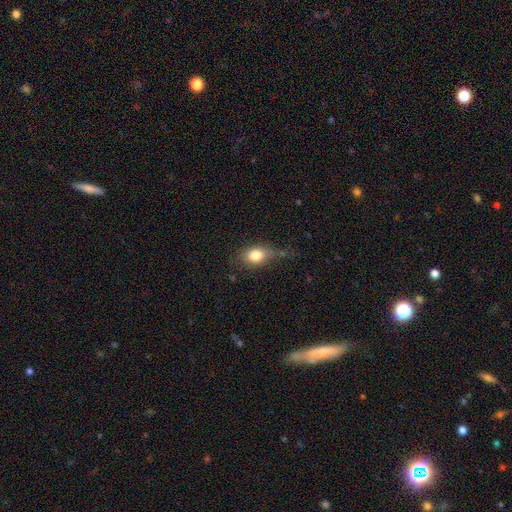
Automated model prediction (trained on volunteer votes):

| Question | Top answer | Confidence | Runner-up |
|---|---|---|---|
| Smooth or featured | smooth | 79% | featured or disk (12%) |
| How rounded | in between | 74% | round (23%) |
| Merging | none | 54% | minor disturbance (29%) |